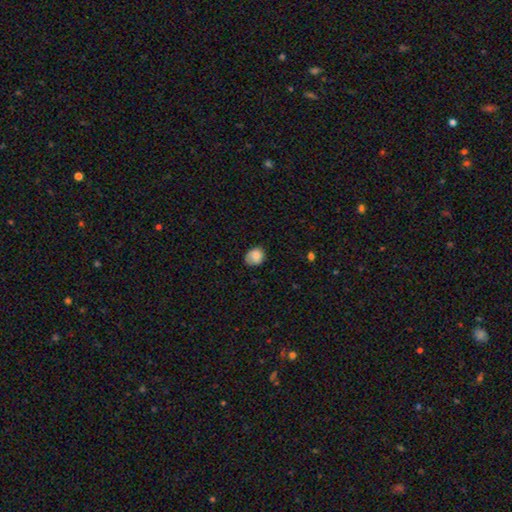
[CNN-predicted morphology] The model was most divided on "how rounded": round: 60%, in between: 39%, cigar-shaped: 1%. More confident: smooth or featured — smooth (83%); merging — none (64%).